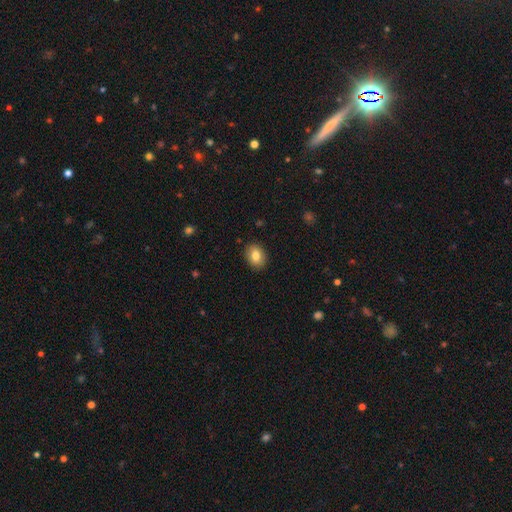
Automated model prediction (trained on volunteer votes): Morphology: type=smooth (81%); roundness=in between (61%); merging=none (89%).